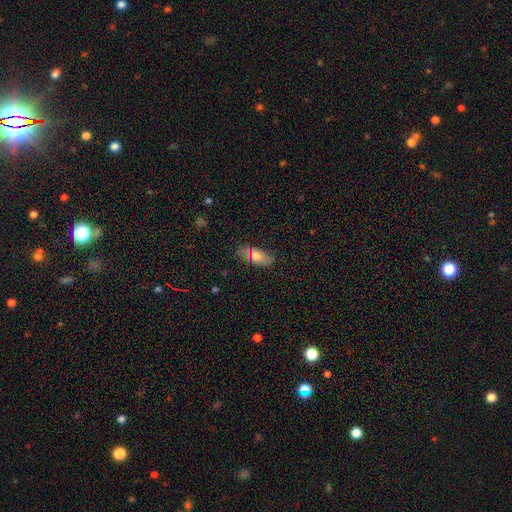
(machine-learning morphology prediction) The model was most divided on "smooth or featured": smooth: 70%, featured or disk: 20%, star or artifact: 10%. More confident: merging — none (79%); how rounded — in between (78%).